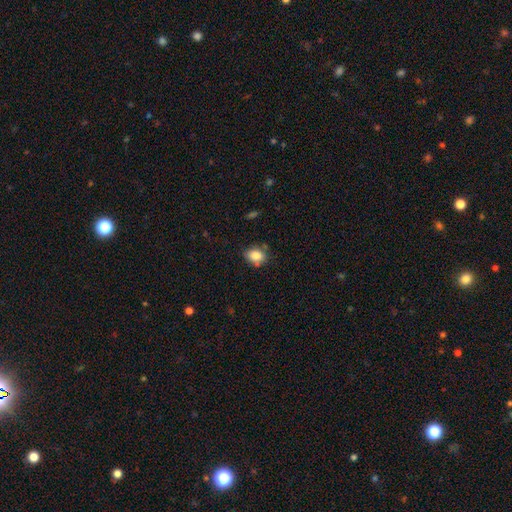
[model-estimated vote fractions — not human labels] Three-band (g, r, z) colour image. It shows a smooth galaxy with no disk features (84%) that is in between round and cigar-shaped (62%). Merging: none (71%).